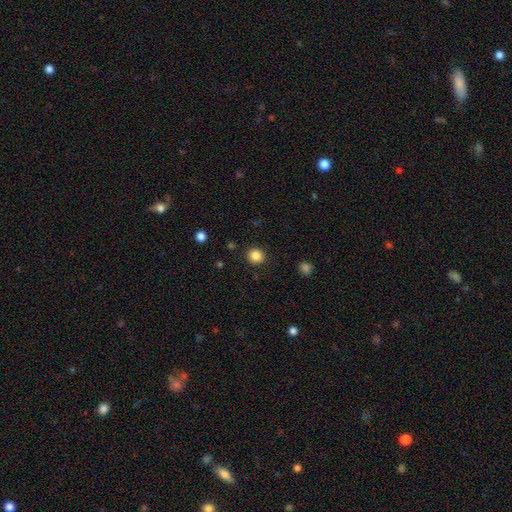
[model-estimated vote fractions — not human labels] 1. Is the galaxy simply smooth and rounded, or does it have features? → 86% smooth, 11% star or artifact, 3% featured or disk.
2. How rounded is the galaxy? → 88% round, 11% in between, 1% cigar-shaped.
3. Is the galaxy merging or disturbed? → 91% none, 6% minor disturbance, 2% major disturbance, 1% merger.